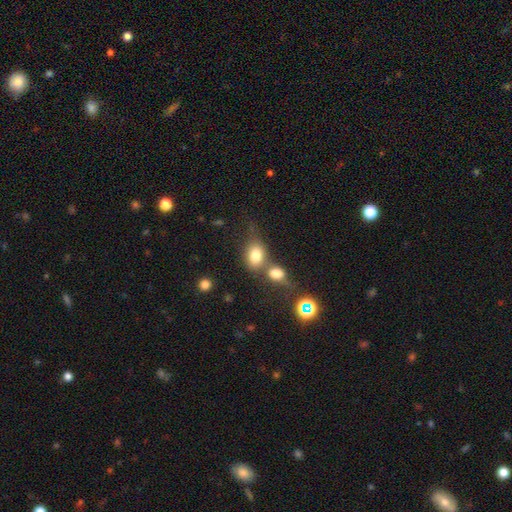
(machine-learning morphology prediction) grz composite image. It shows a smooth galaxy with no disk features (78%) that is in between round and cigar-shaped (71%). Merging: merger (43%).